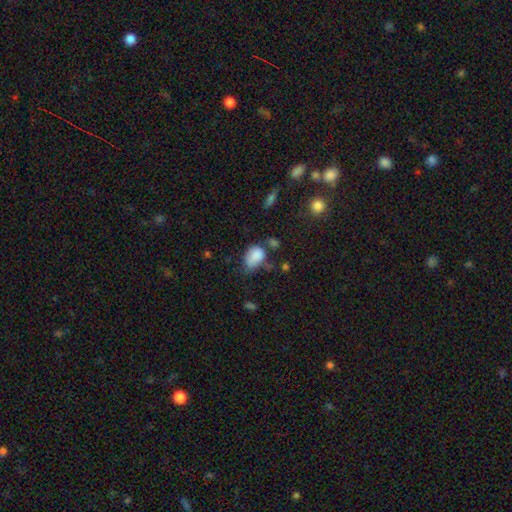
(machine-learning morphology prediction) This appears to be a smooth galaxy with no disk features (81%) that is in between round and cigar-shaped (77%). Merging: minor disturbance (36%).